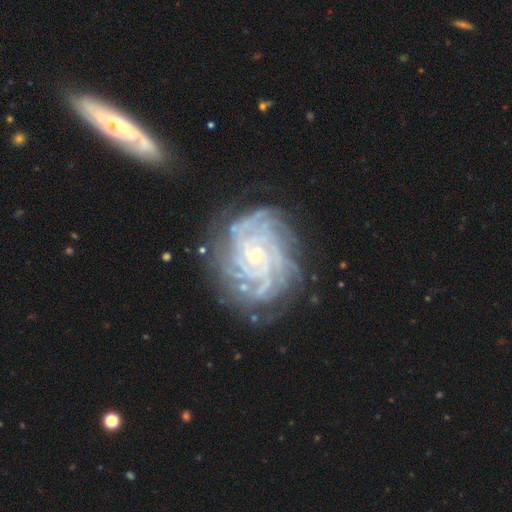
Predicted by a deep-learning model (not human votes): Smooth or featured? Predicted: featured or disk (p=0.89). Edge-on disk? Predicted: no (p=0.97). Bar? Predicted: no (p=0.75). Spiral arms? Predicted: yes (p=0.98). Spiral winding? Predicted: tight (p=0.79). Spiral arm count? Predicted: more than 4 (p=0.33). Bulge size? Predicted: small (p=0.81). Merging? Predicted: none (p=0.76).